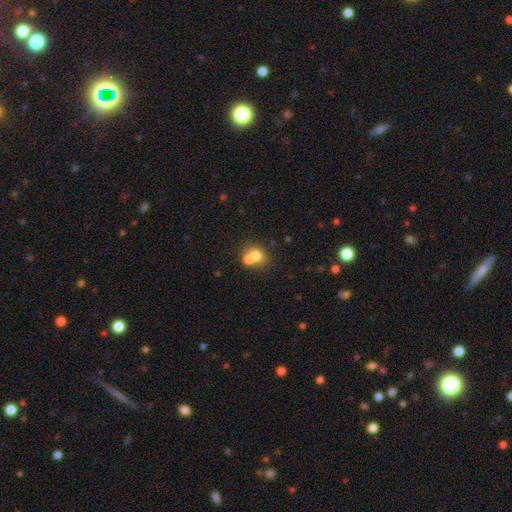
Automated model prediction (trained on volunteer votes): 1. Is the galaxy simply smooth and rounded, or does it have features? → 71% smooth, 17% featured or disk, 12% star or artifact.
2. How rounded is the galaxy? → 68% round, 31% in between, 1% cigar-shaped.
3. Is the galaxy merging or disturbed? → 51% merger, 38% none, 7% minor disturbance, 3% major disturbance.